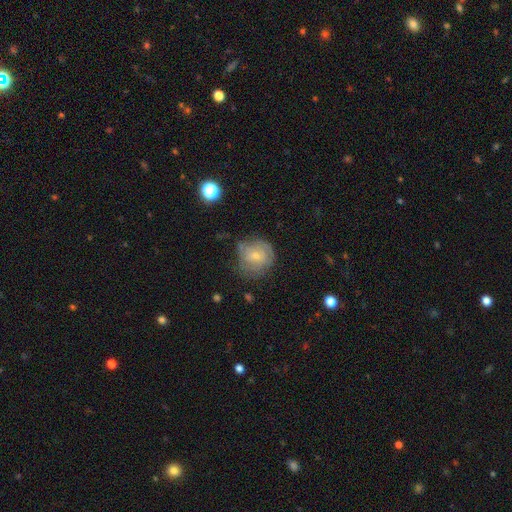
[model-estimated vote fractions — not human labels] Q: Smooth or featured?
A: smooth (51%); runner-up: featured or disk (41%)
Q: How rounded?
A: round (81%); runner-up: in between (18%)
Q: Merging?
A: none (50%); runner-up: minor disturbance (30%)